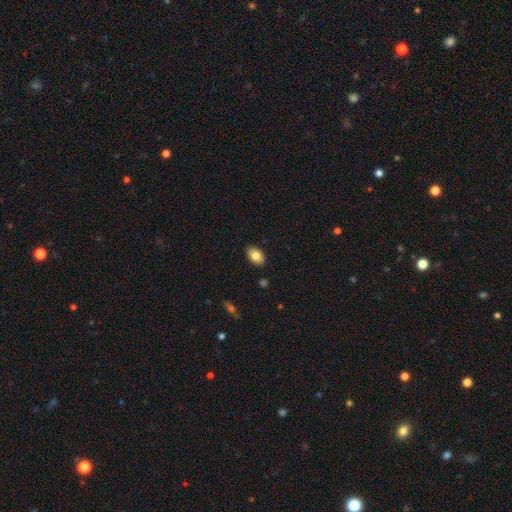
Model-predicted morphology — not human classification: Overall: smooth (83%). How rounded: in between (90%). Merging: none (89%).